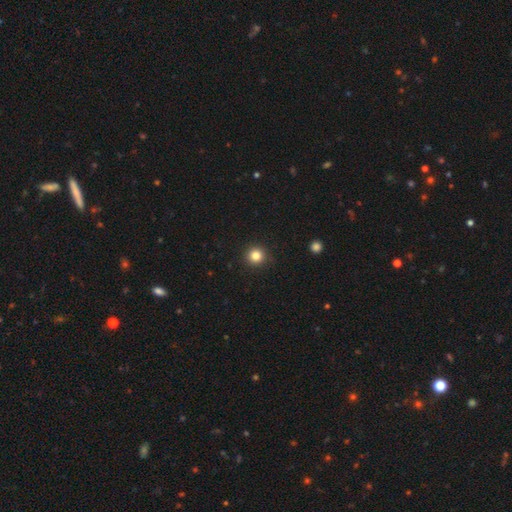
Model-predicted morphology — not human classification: smooth 84%, star or artifact 12%, featured or disk 5%. Down the decision tree: how rounded — round (95%); merging — none (91%).